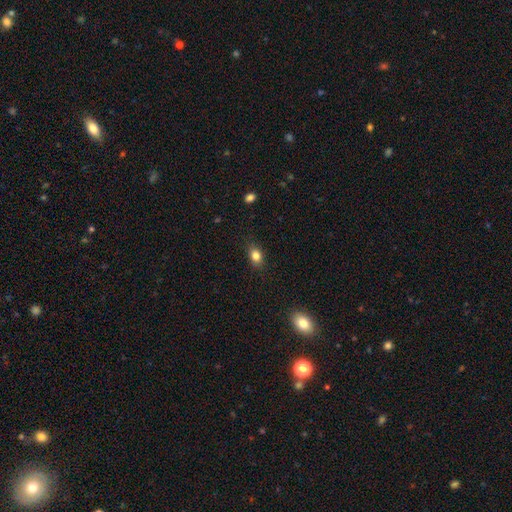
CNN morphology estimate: type=smooth (82%); roundness=in between (69%); merging=none (83%).